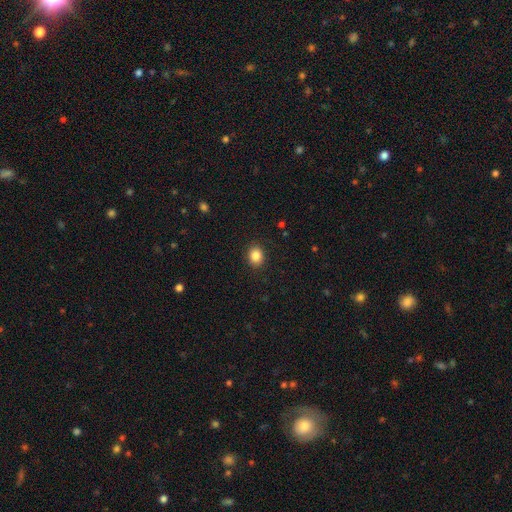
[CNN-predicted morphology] Smooth or featured? Predicted: smooth (p=0.86). How rounded? Predicted: round (p=0.63). Merging? Predicted: none (p=0.90).